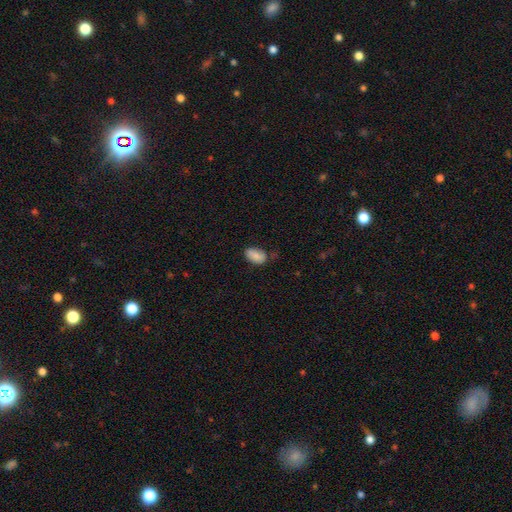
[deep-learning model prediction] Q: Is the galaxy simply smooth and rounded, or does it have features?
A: smooth — 81%.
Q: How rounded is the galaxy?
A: in between — 92%.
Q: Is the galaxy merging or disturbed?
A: none — 61%.